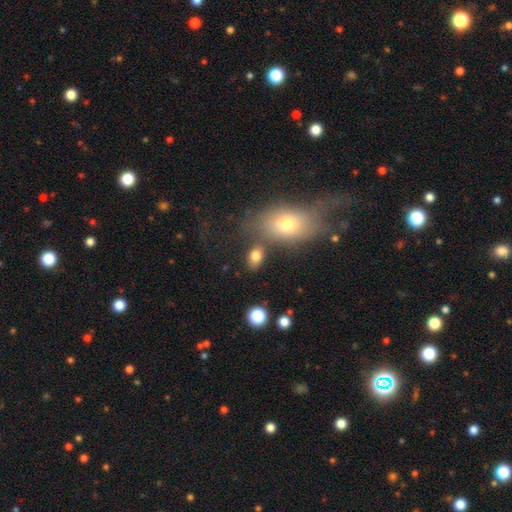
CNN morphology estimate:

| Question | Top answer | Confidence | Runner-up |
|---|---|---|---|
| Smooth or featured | smooth | 79% | star or artifact (12%) |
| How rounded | in between | 81% | round (17%) |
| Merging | none | 66% | merger (15%) |